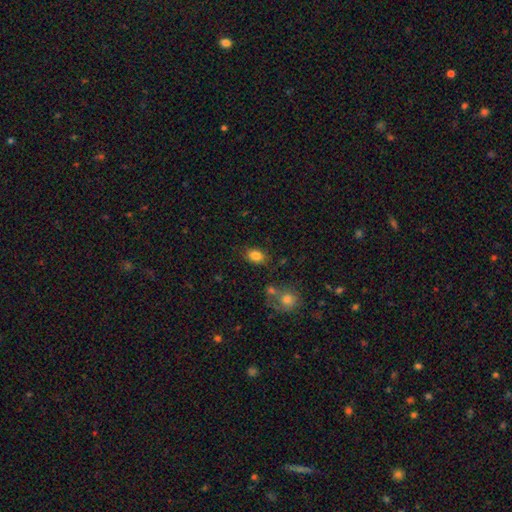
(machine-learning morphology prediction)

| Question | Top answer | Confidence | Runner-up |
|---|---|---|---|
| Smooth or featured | smooth | 84% | star or artifact (9%) |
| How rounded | in between | 77% | round (21%) |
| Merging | none | 77% | minor disturbance (13%) |